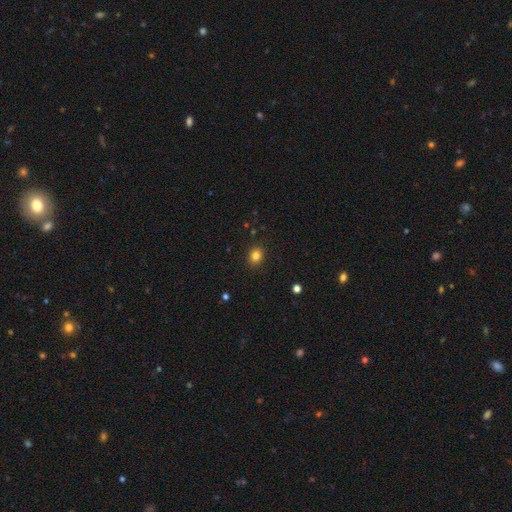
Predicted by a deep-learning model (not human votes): Smooth or featured? smooth (83%)
How rounded? round (58%)
Merging? none (89%)